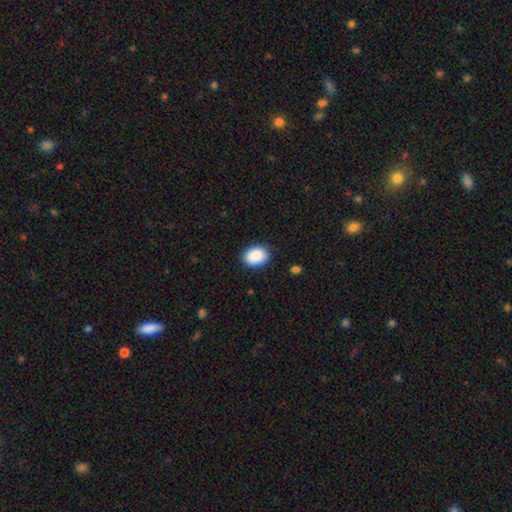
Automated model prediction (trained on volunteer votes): Smooth or featured: smooth — 90% (star or artifact — 7%)
How rounded: in between — 68% (round — 31%)
Merging: none — 86% (minor disturbance — 10%)